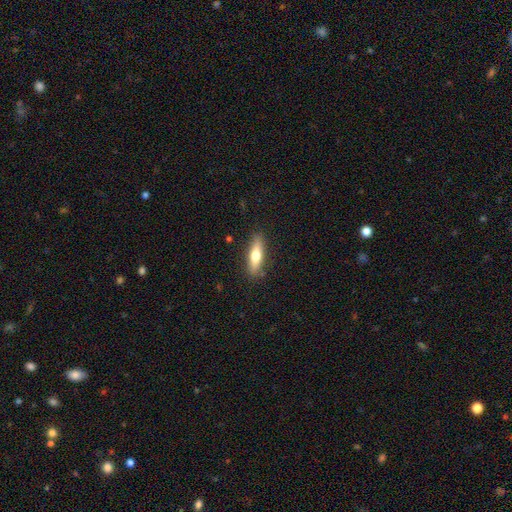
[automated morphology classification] Smooth or featured?
  - smooth: 61% *
  - featured or disk: 33%
  - star or artifact: 6%
How rounded?
  - cigar-shaped: 62% *
  - in between: 35%
  - round: 2%
Merging?
  - none: 86% *
  - minor disturbance: 11%
  - major disturbance: 2%
  - merger: 1%